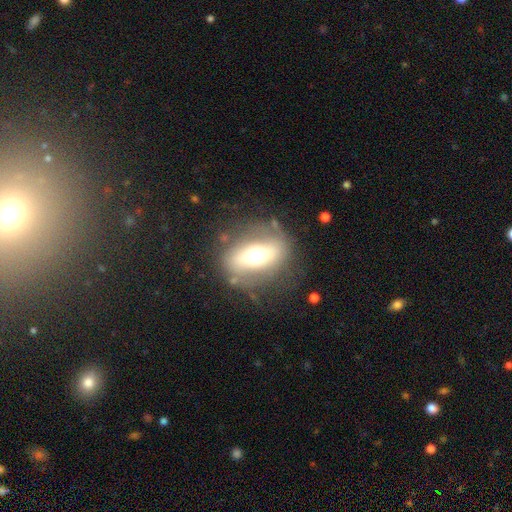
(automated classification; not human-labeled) smooth-or-featured: featured or disk: 50% | smooth: 43% | star or artifact: 8%
  merging: none: 74% | minor disturbance: 15% | major disturbance: 9% | merger: 2%